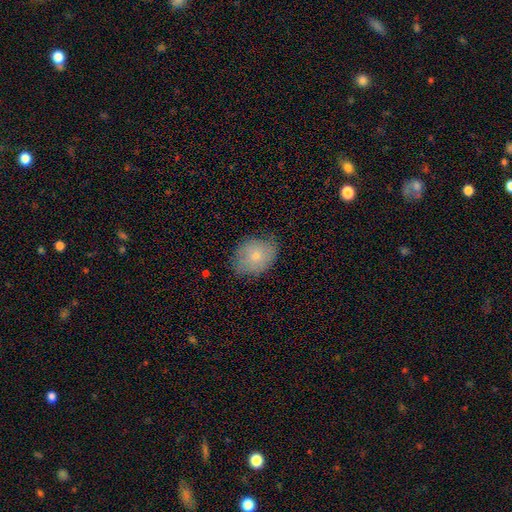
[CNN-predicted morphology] Smooth or featured? smooth (73%)
How rounded? in between (57%)
Merging? none (67%)